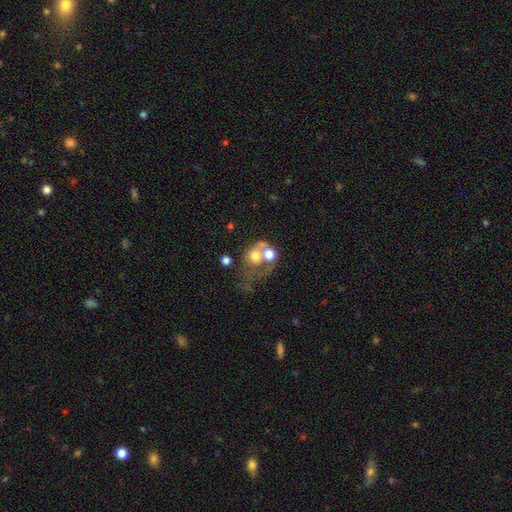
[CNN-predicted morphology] Smooth or featured: smooth — 56% (featured or disk — 31%)
How rounded: round — 66% (in between — 33%)
Merging: merger — 52% (none — 21%)